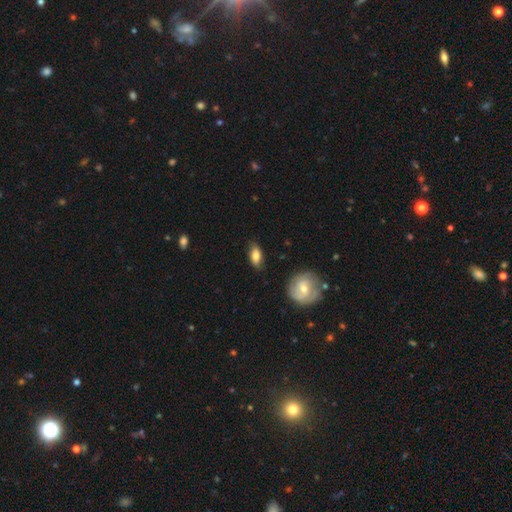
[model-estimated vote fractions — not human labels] Smooth or featured? smooth (75%)
How rounded? in between (85%)
Merging? none (78%)